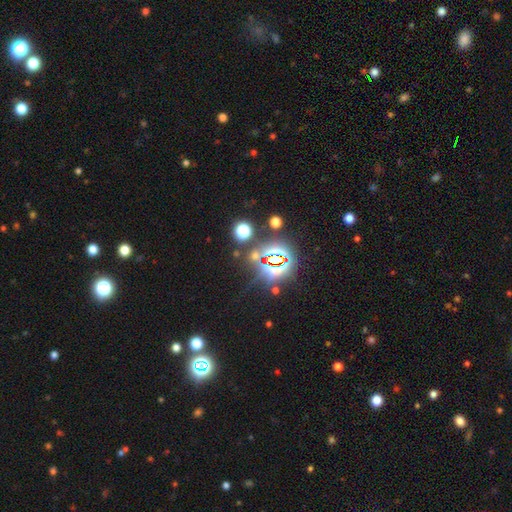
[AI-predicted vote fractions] A star or artifact, not a galaxy (73%).